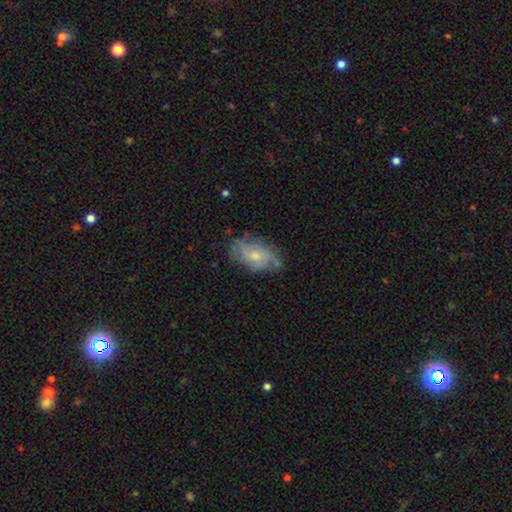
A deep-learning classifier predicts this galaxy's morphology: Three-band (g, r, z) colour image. It shows a featured or disk galaxy (52%). Merging: none (60%).